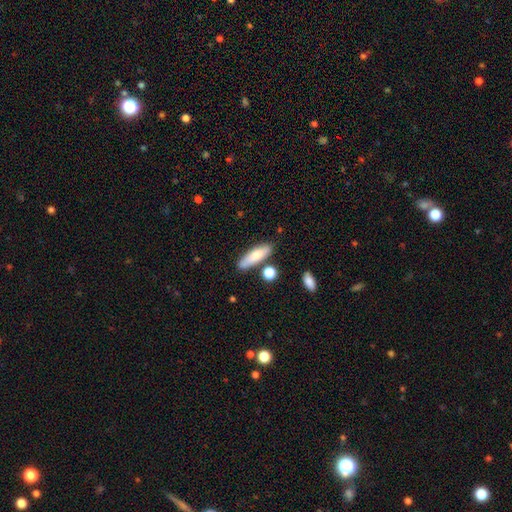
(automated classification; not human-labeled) Smooth or featured? Predicted: smooth (p=0.77). How rounded? Predicted: cigar-shaped (p=0.57). Merging? Predicted: none (p=0.75).